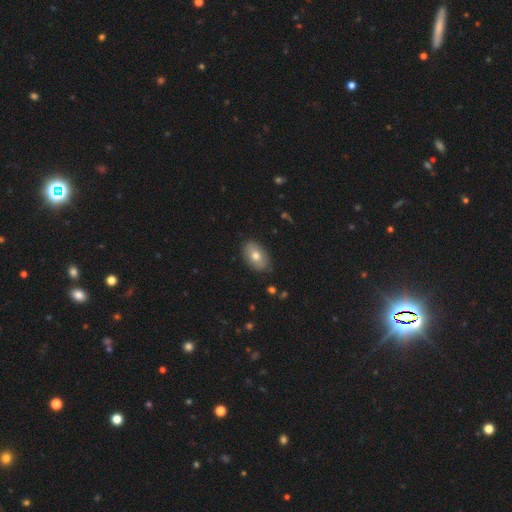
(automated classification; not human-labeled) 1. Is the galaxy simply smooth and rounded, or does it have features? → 72% smooth, 21% featured or disk, 7% star or artifact.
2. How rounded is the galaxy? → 90% in between, 8% round, 2% cigar-shaped.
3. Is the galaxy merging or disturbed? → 86% none, 11% minor disturbance, 2% major disturbance, 1% merger.